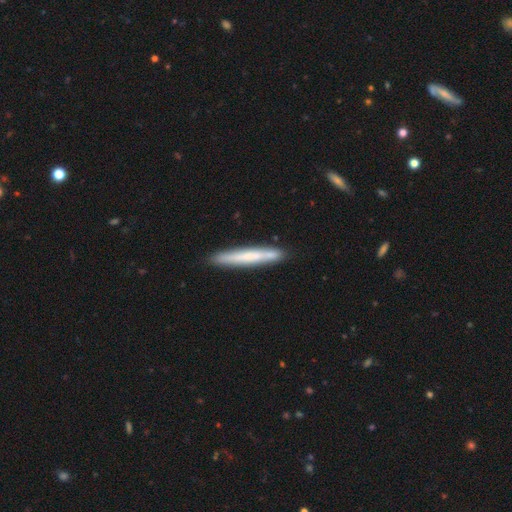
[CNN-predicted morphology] The model was most divided on "smooth or featured": smooth: 58%, featured or disk: 36%, star or artifact: 6%. More confident: how rounded — cigar-shaped (96%); merging — none (87%).